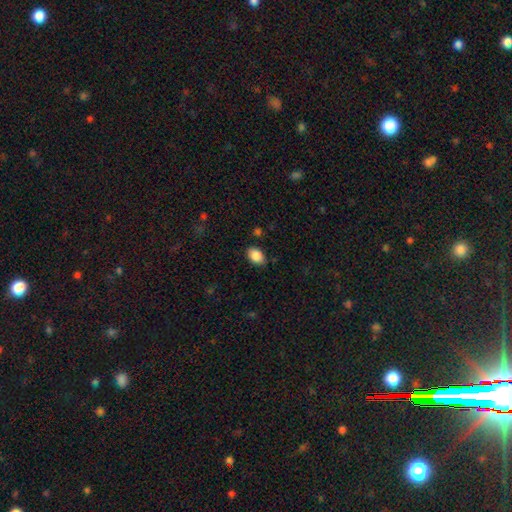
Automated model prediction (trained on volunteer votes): The model was most divided on "merging": none: 81%, minor disturbance: 15%, major disturbance: 3%, merger: 2%. More confident: smooth or featured — smooth (88%); how rounded — in between (83%).